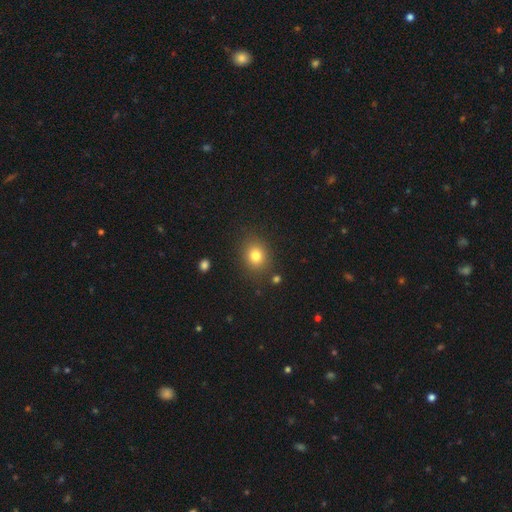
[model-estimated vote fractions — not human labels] Smooth or featured: smooth — 80% (star or artifact — 12%)
How rounded: round — 65% (in between — 34%)
Merging: none — 85% (minor disturbance — 9%)